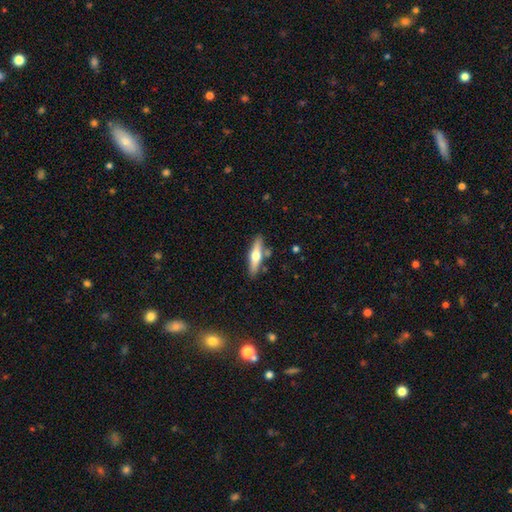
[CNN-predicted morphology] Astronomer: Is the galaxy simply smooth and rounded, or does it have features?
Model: featured or disk — 51% (runner-up: smooth, 44%).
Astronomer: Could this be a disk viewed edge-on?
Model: yes — 93%.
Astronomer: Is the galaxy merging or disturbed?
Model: none — 82%.